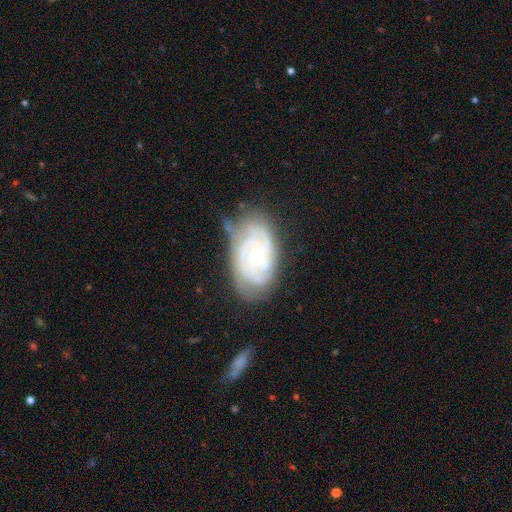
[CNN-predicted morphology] featured or disk 85%, smooth 9%, star or artifact 6%. Down the decision tree: edge-on disk — no (96%); bar — no (69%); spiral arms — yes (95%); spiral arm count — 2 (34%); spiral winding — tight (69%); bulge size — small (59%); merging — none (66%).